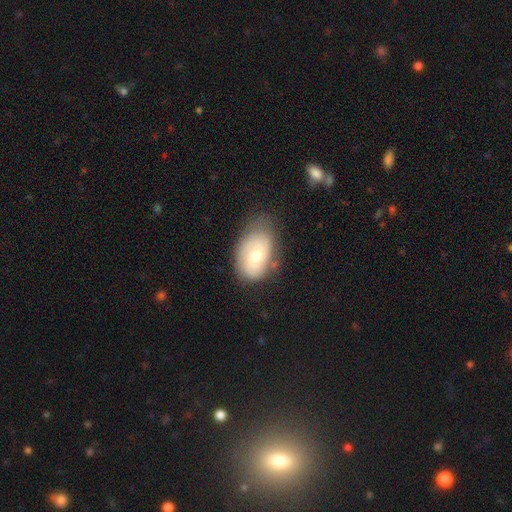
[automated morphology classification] A smooth galaxy with no disk features (58%) that is in between round and cigar-shaped (87%). Merging: none (56%).